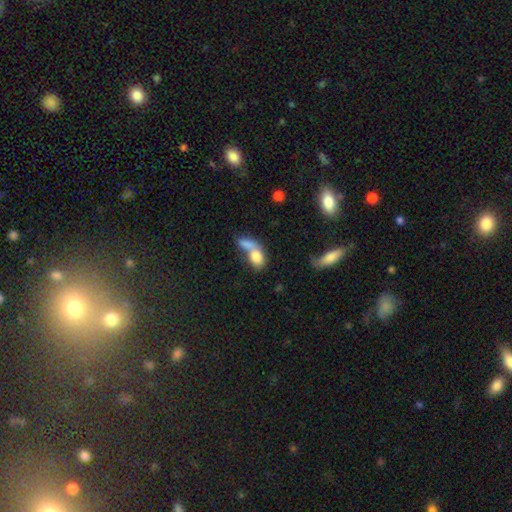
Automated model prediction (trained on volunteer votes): Smooth or featured: smooth — 78% (featured or disk — 14%)
How rounded: in between — 80% (round — 15%)
Merging: merger — 65% (none — 18%)